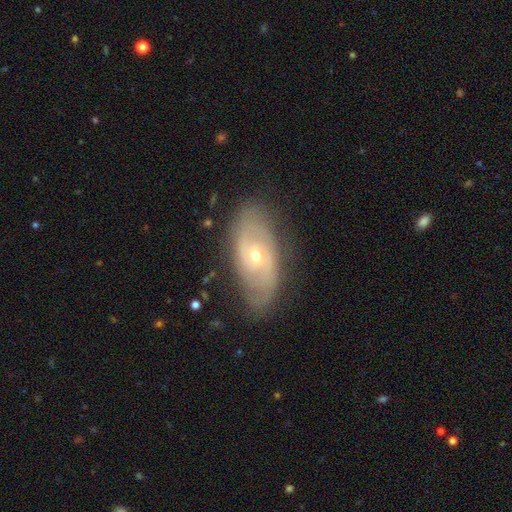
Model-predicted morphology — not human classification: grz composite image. It shows a featured or disk galaxy (73%) with no bar (63%), 2 (65%) tight (45%) spiral arms (79%) and a small central bulge (55%). Merging: none (79%).